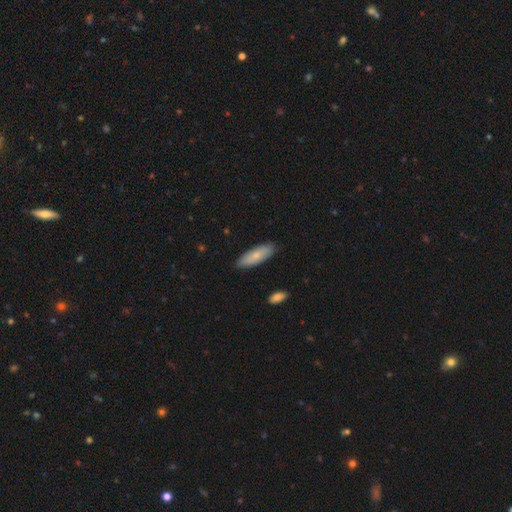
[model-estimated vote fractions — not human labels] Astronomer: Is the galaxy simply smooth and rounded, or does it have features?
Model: smooth — 74%.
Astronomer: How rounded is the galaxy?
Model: in between — 62%.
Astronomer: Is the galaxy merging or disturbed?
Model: none — 86%.